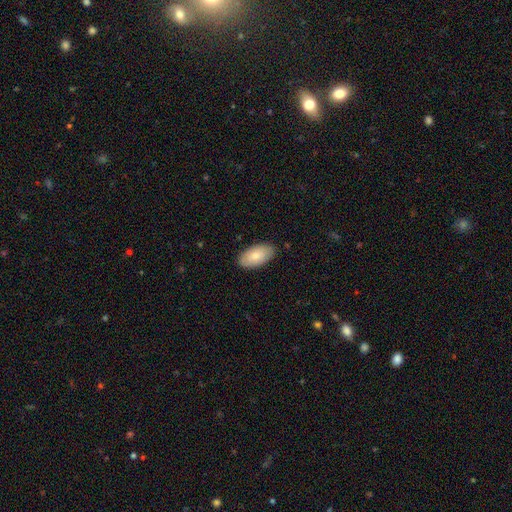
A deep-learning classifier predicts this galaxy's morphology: smooth-or-featured: smooth: 79% | featured or disk: 16% | star or artifact: 6%
  how-rounded: in between: 95% | cigar-shaped: 2% | round: 2%
  merging: none: 86% | minor disturbance: 11% | major disturbance: 2% | merger: 1%